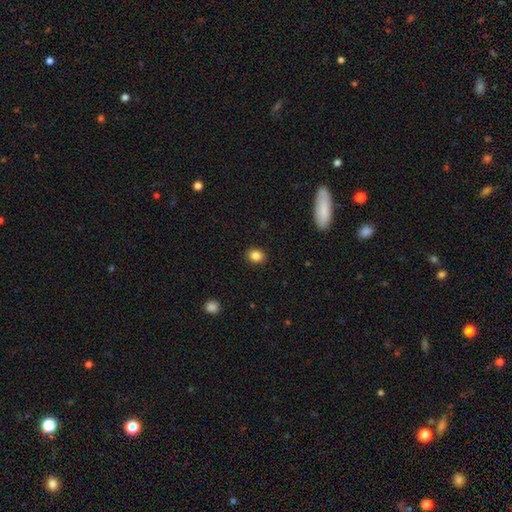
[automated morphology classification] The model was most divided on "how rounded": round: 61%, in between: 38%, cigar-shaped: 1%. More confident: merging — none (91%); smooth or featured — smooth (85%).